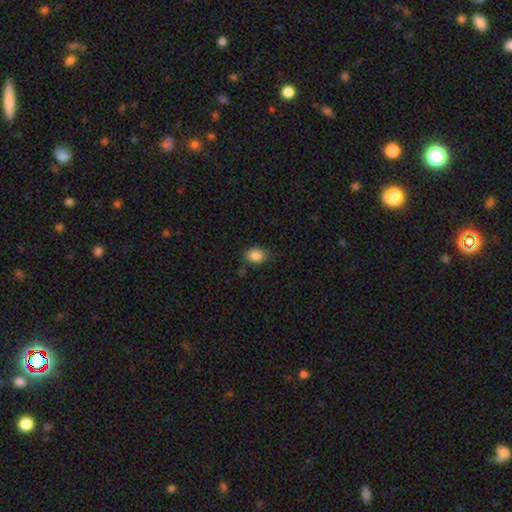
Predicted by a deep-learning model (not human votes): A smooth galaxy with no disk features (86%) that is in between round and cigar-shaped (68%).

Vote fractions:
- Smooth or featured? smooth: 86% / star or artifact: 9% / featured or disk: 5%
- How rounded? in between: 68% / round: 31% / cigar-shaped: 1%
- Merging? none: 78% / minor disturbance: 17% / major disturbance: 3% / merger: 2%